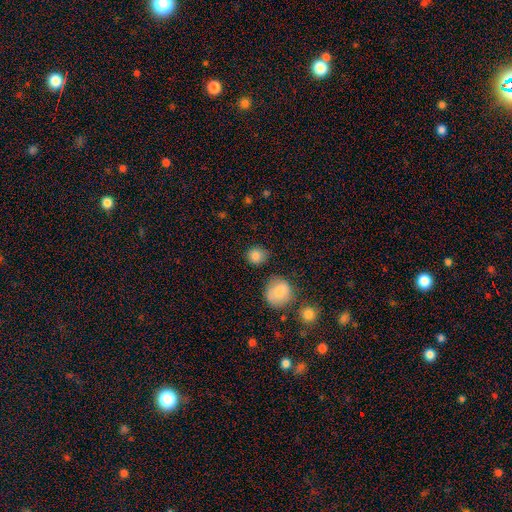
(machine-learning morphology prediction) This appears to be a smooth galaxy with no disk features (84%) that is round (84%). Merging: none (79%).